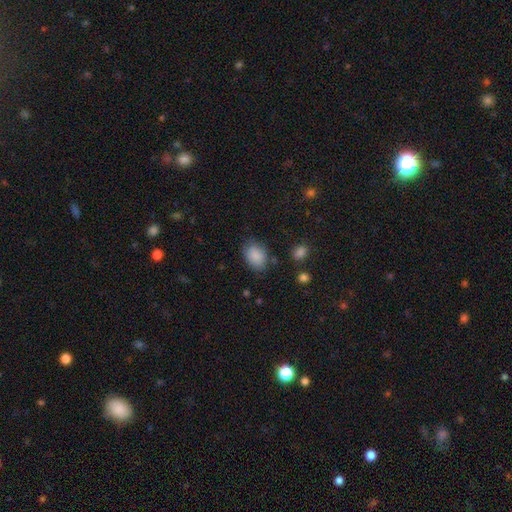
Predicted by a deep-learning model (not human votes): Smooth or featured? Predicted: smooth (p=0.87). How rounded? Predicted: in between (p=0.75). Merging? Predicted: none (p=0.75).